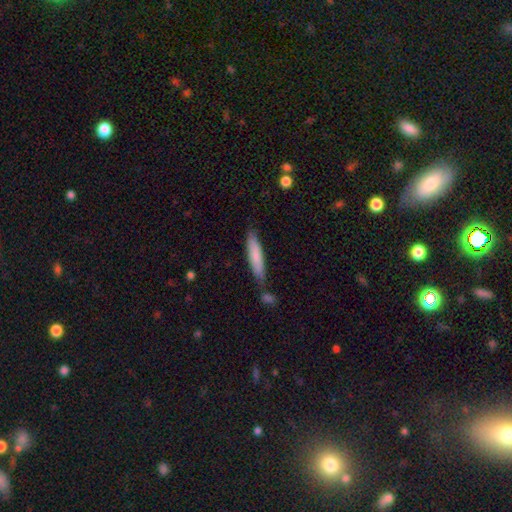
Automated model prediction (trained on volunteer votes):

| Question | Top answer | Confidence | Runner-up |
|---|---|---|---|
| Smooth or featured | smooth | 77% | featured or disk (17%) |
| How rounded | cigar-shaped | 85% | in between (14%) |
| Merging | none | 73% | minor disturbance (16%) |